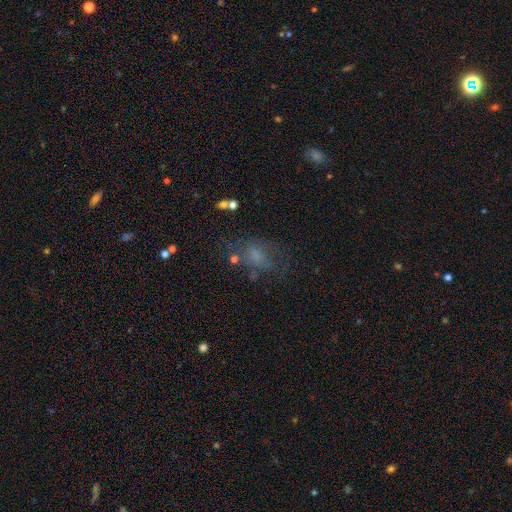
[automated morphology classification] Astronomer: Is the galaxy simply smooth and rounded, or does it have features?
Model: smooth — 50% (runner-up: featured or disk, 29%).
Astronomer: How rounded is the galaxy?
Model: in between — 73%.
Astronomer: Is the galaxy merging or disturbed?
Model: none — 50%.